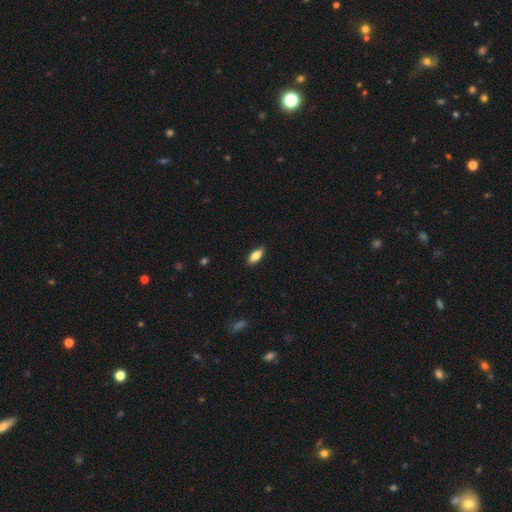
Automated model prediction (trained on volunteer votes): Morphology: type=smooth (77%); roundness=in between (79%); merging=none (86%).